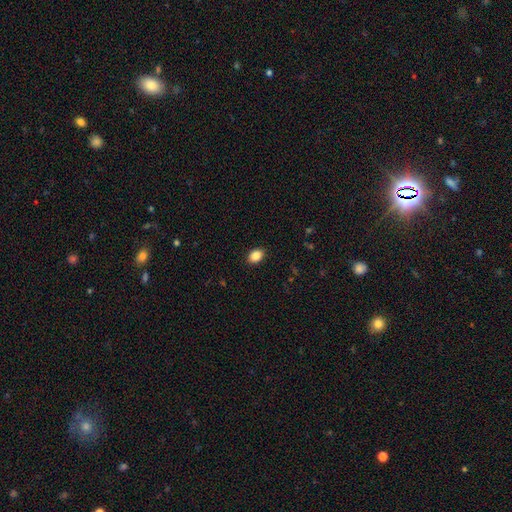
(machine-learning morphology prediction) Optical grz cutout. It shows a smooth galaxy with no disk features (87%) that is in between round and cigar-shaped (72%). Merging: none (90%).